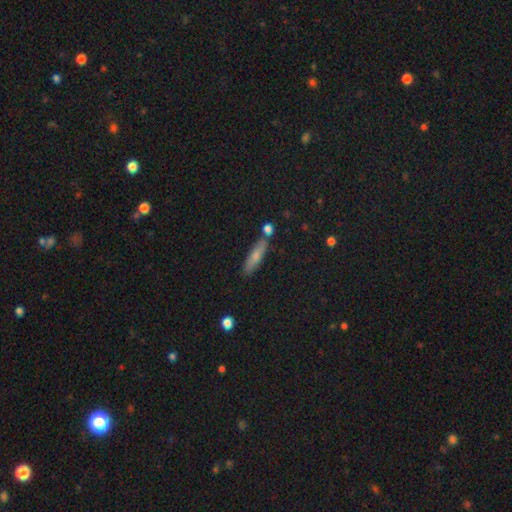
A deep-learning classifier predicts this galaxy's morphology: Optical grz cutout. It shows a smooth galaxy with no disk features (70%) that is cigar-shaped (75%). Merging: none (76%).